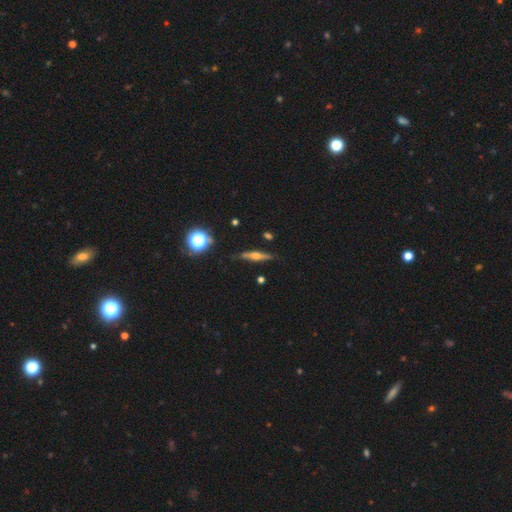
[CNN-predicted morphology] Smooth or featured? featured or disk (64%)
Edge-on disk? yes (95%)
Edge-on bulge? rounded (92%)
Merging? none (84%)